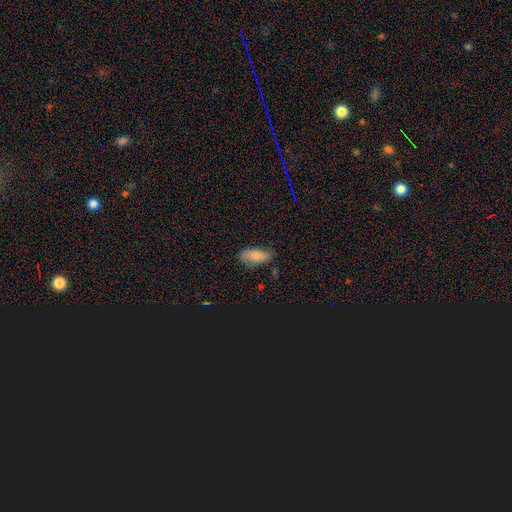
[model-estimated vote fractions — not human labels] The model was most divided on "merging": none: 70%, minor disturbance: 23%, major disturbance: 5%, merger: 2%. More confident: how rounded — in between (85%); smooth or featured — smooth (82%).